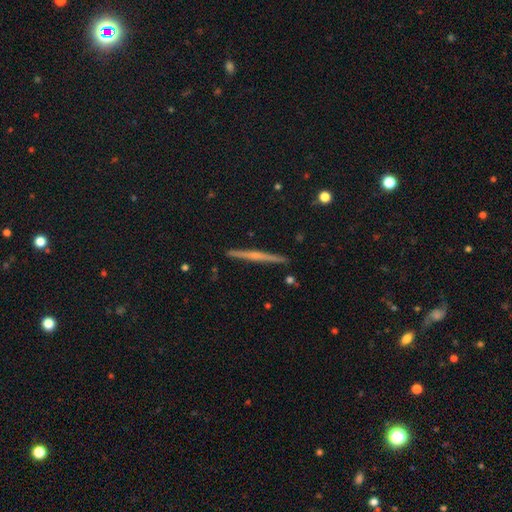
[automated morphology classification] A featured or disk galaxy (66%) viewed edge-on (98%) with no central bulge (51%).

Vote fractions:
- Smooth or featured? featured or disk: 66% / smooth: 28% / star or artifact: 6%
- Edge-on disk? yes: 98% / no: 2%
- Edge-on bulge? none: 51% / rounded: 41% / boxy: 8%
- Merging? none: 92% / minor disturbance: 6% / merger: 1% / major disturbance: 1%